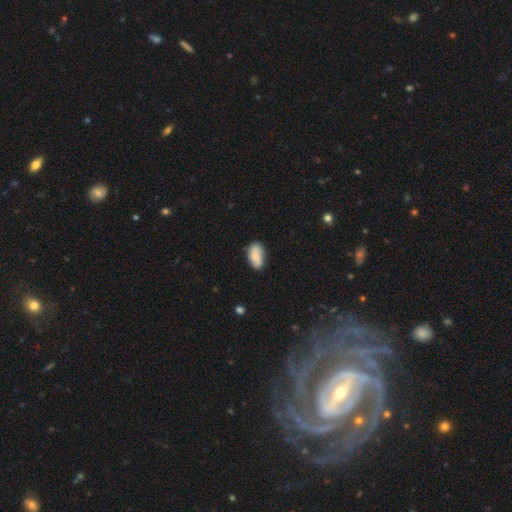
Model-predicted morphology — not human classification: This is likely a smooth galaxy (76%). How rounded: clearly in between (92%). Merging: likely none (68%).